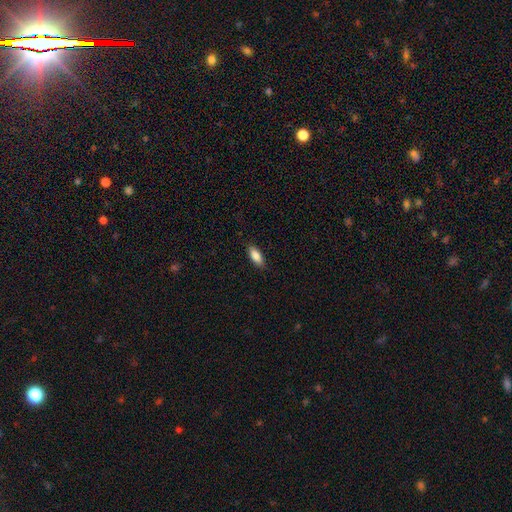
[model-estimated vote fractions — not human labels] This appears to be a smooth galaxy with no disk features (86%) that is in between round and cigar-shaped (80%). Merging: none (87%).